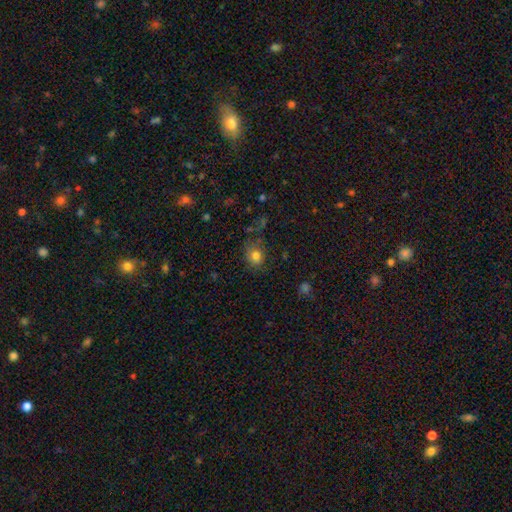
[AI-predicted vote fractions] Smooth or featured? smooth (80%)
How rounded? round (66%)
Merging? none (71%)